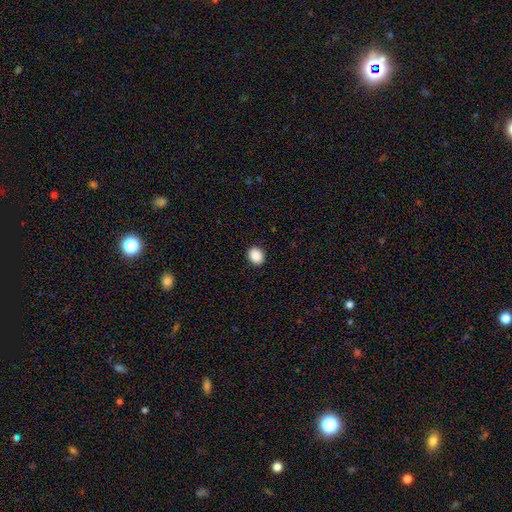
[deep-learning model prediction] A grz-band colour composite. It shows a smooth galaxy with no disk features (89%) that is round (64%). Merging: none (91%).